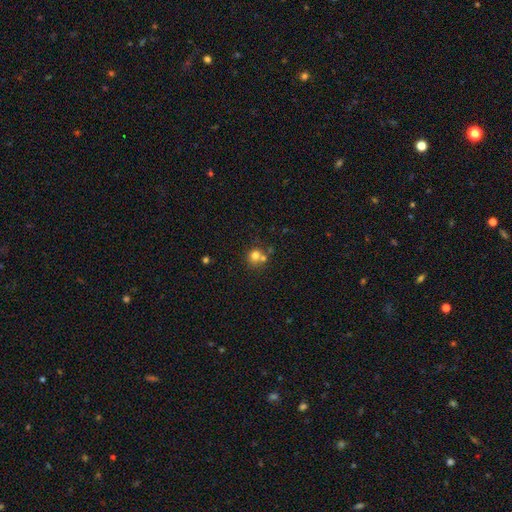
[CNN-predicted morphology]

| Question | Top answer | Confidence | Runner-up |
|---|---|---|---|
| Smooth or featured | smooth | 74% | star or artifact (14%) |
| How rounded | round | 86% | in between (14%) |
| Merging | none | 51% | merger (37%) |